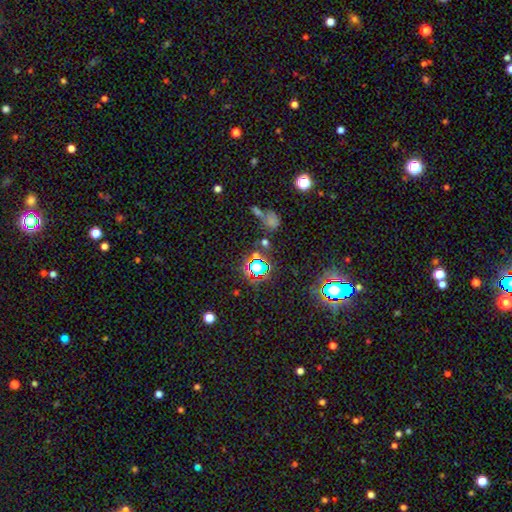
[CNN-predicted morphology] star or artifact 77%, smooth 15%, featured or disk 8%.